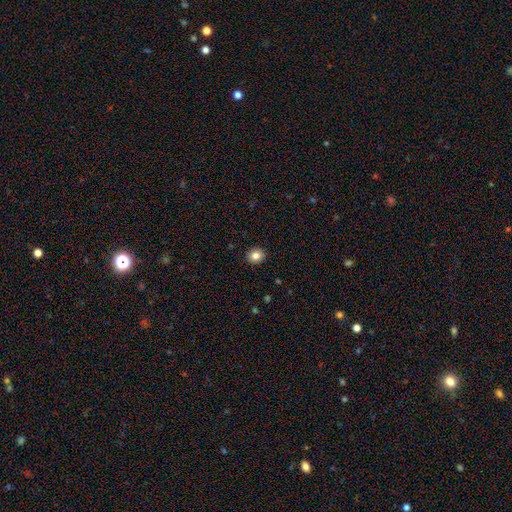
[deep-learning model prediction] Smooth or featured: smooth — 83% (star or artifact — 10%)
How rounded: round — 79% (in between — 20%)
Merging: none — 92% (minor disturbance — 6%)